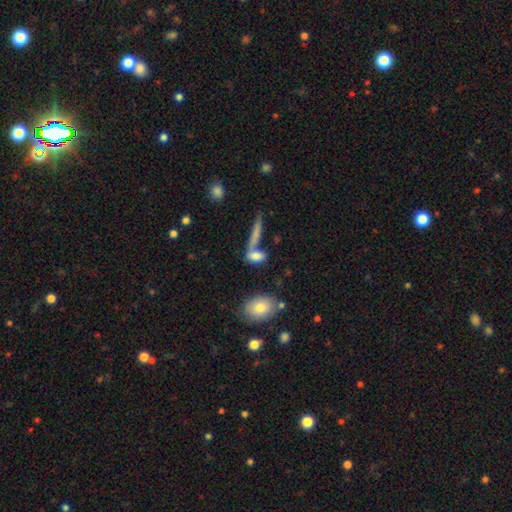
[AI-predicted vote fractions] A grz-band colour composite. It shows a smooth galaxy with no disk features (72%) that is in between round and cigar-shaped (71%). Merging: none (45%).